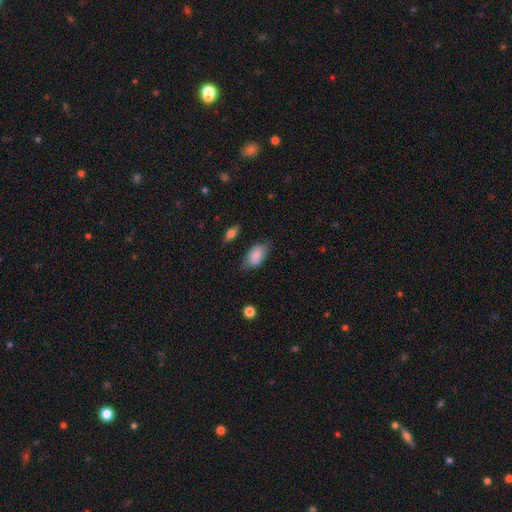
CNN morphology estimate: Smooth or featured: smooth — 80% (featured or disk — 13%)
How rounded: in between — 92% (round — 6%)
Merging: none — 65% (minor disturbance — 27%)